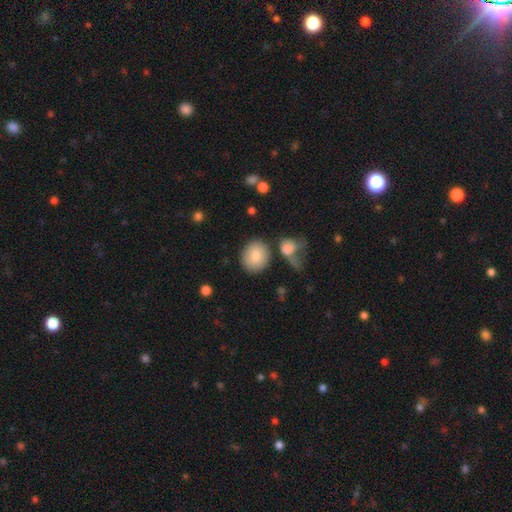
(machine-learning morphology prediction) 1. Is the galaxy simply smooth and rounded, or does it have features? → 85% smooth, 8% featured or disk, 7% star or artifact.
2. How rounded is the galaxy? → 74% round, 25% in between, 1% cigar-shaped.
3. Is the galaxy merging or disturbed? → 77% none, 11% minor disturbance, 9% merger, 4% major disturbance.